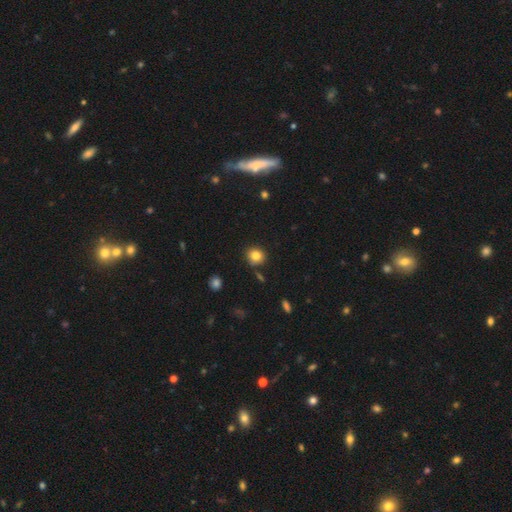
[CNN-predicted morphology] This is clearly a smooth galaxy (82%). How rounded: clearly round (84%). Merging: clearly none (84%).